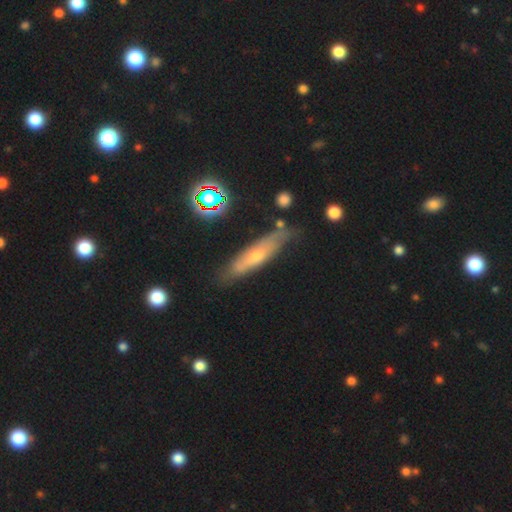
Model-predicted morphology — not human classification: This appears to be a featured or disk galaxy (49%). Merging: none (70%).